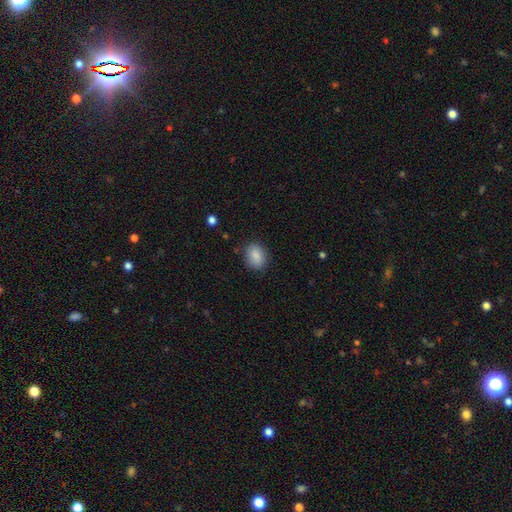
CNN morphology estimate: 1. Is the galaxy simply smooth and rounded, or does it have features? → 87% smooth, 8% star or artifact, 6% featured or disk.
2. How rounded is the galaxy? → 62% in between, 37% round, 1% cigar-shaped.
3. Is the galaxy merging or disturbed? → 83% none, 13% minor disturbance, 3% major disturbance, 1% merger.